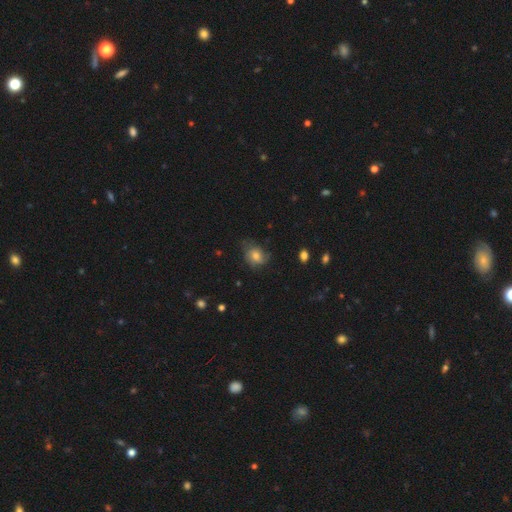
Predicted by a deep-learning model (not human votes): Smooth or featured? Predicted: smooth (p=0.63). How rounded? Predicted: round (p=0.55). Merging? Predicted: none (p=0.53).